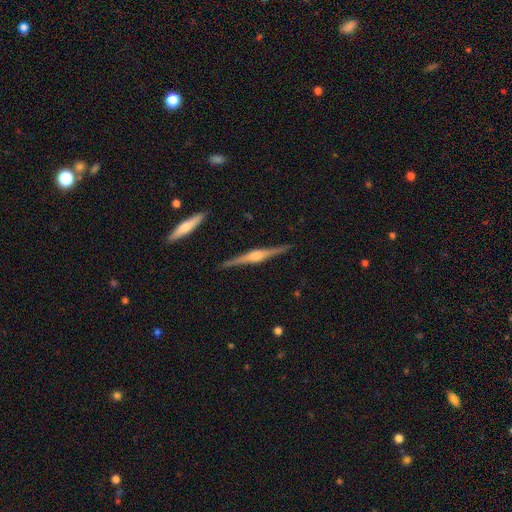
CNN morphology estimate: smooth-or-featured: featured or disk: 83% | smooth: 11% | star or artifact: 5%
  disk-edge-on: yes: 98% | no: 2%
    edge-on-bulge: rounded: 77% | boxy: 19% | none: 4%
  merging: none: 90% | minor disturbance: 7% | major disturbance: 1% | merger: 1%